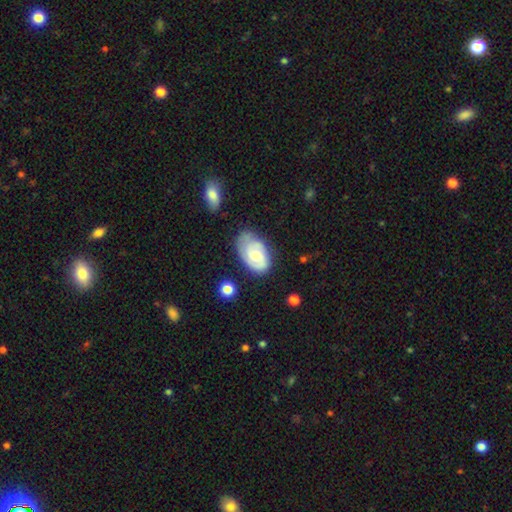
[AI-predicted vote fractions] featured or disk 68%, smooth 26%, star or artifact 6%. Down the decision tree: edge-on disk — no (97%); bar — no (67%); spiral arms — yes (92%); spiral arm count — 2 (51%); spiral winding — tight (60%); bulge size — moderate (40%, tied with small); merging — none (62%).